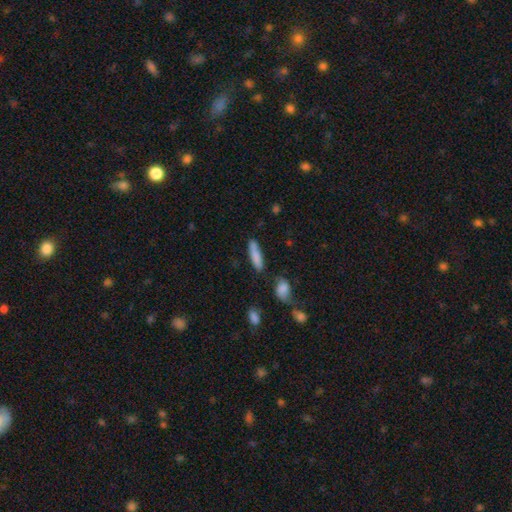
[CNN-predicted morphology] smooth-or-featured: smooth: 83% | featured or disk: 10% | star or artifact: 7%
  how-rounded: cigar-shaped: 74% | in between: 24% | round: 2%
  merging: none: 77% | minor disturbance: 14% | merger: 5% | major disturbance: 4%